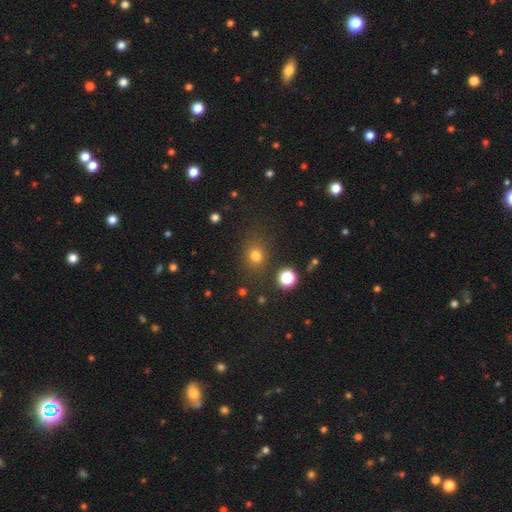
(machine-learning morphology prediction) A smooth galaxy with no disk features (75%) that is round (63%).

Vote fractions:
- Smooth or featured? smooth: 75% / star or artifact: 18% / featured or disk: 7%
- How rounded? round: 63% / in between: 36% / cigar-shaped: 1%
- Merging? none: 78% / minor disturbance: 12% / major disturbance: 5% / merger: 5%